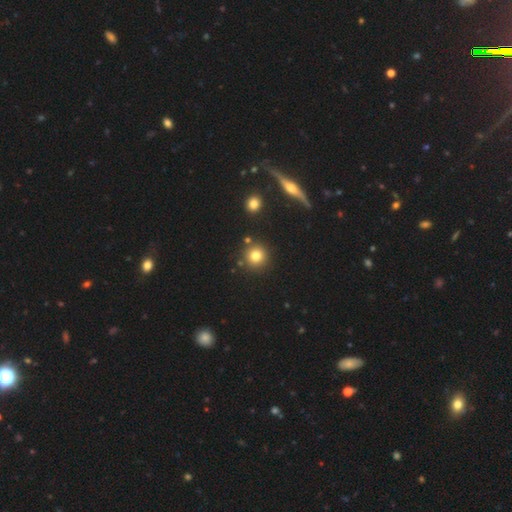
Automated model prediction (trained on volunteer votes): This is likely a smooth galaxy (79%). How rounded: clearly round (93%). Merging: clearly none (84%).